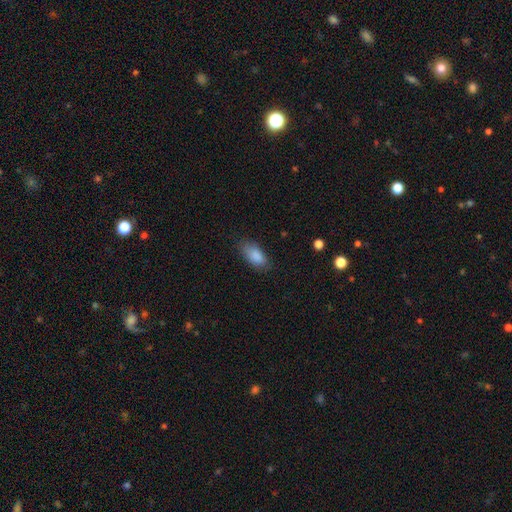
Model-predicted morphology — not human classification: smooth 87%, star or artifact 7%, featured or disk 6%. Down the decision tree: how rounded — in between (89%); merging — none (76%).